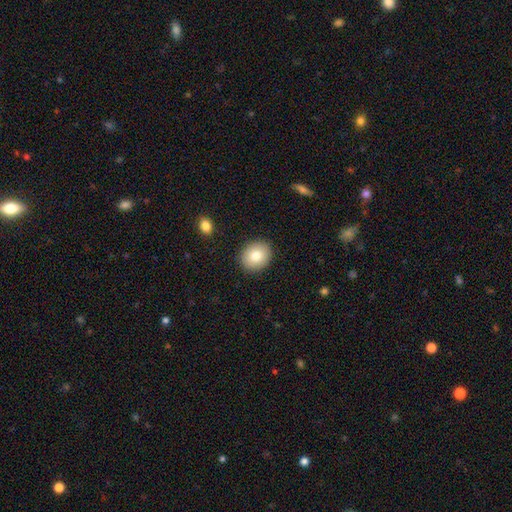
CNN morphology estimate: Overall: smooth (81%). How rounded: round (63%; in between 36%). Merging: none (90%).